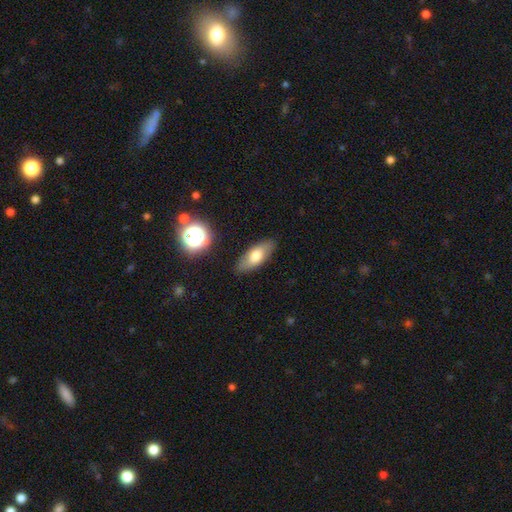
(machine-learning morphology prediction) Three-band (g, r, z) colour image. It shows a smooth galaxy with no disk features (66%) that is in between round and cigar-shaped (76%). Merging: none (84%).